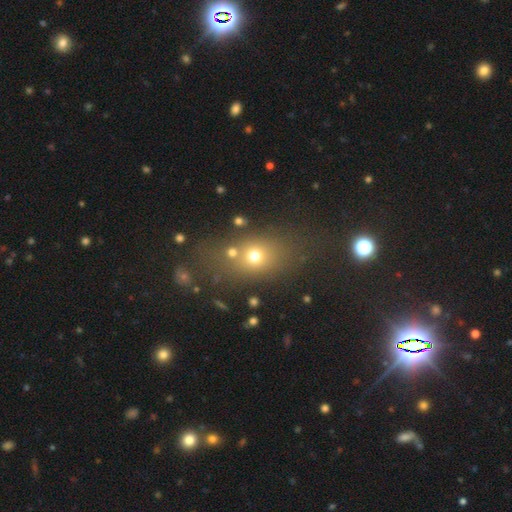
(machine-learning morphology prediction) smooth_or_featured: smooth (p=0.54) [alt: star or artifact p=0.31]
how_rounded: in between (p=0.50) [alt: round p=0.44]
merging: none (p=0.69) [alt: merger p=0.13]